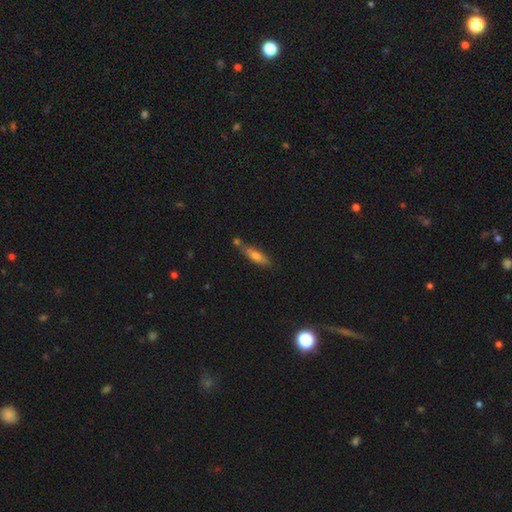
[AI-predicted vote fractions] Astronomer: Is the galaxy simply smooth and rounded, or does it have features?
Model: smooth — 64%.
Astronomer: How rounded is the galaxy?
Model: cigar-shaped — 60% (runner-up: in between, 37%).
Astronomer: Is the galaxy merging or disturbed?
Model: none — 58%.